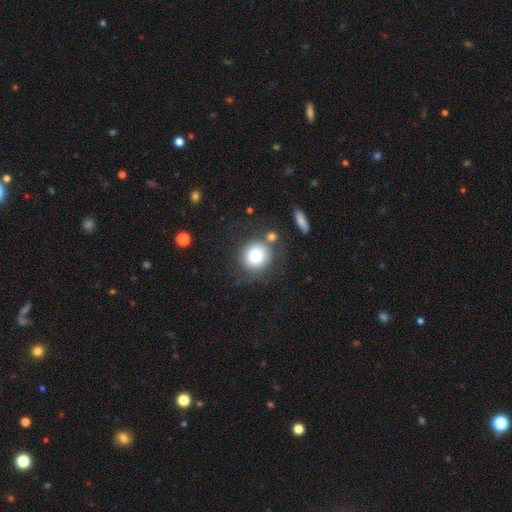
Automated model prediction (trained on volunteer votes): Smooth or featured? Predicted: smooth (p=0.81). How rounded? Predicted: round (p=0.86). Merging? Predicted: none (p=0.66).